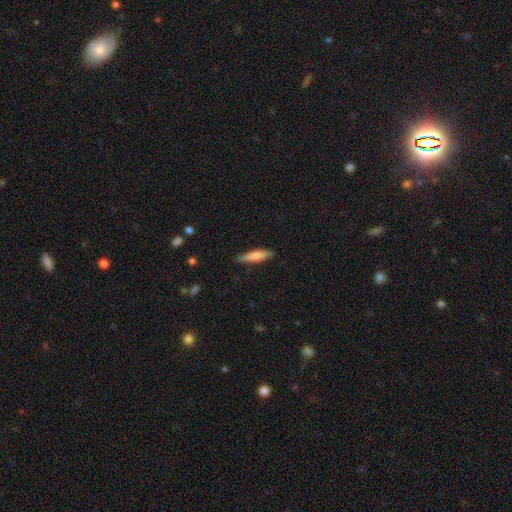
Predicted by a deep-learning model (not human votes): smooth-or-featured: smooth: 71% | featured or disk: 23% | star or artifact: 6%
  how-rounded: cigar-shaped: 84% | in between: 14% | round: 1%
  merging: none: 85% | minor disturbance: 12% | major disturbance: 2% | merger: 1%